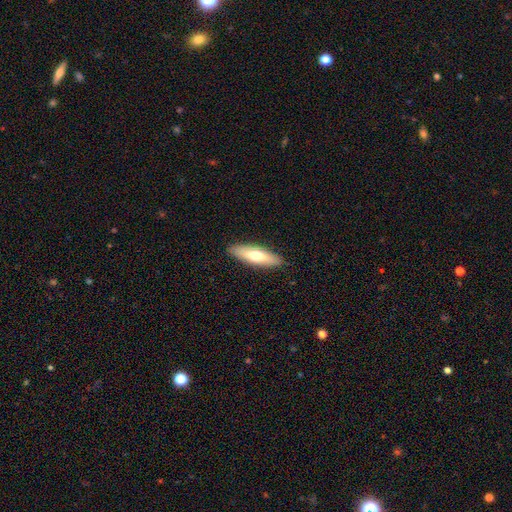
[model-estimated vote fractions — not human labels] The model was most divided on "how rounded": cigar-shaped: 56%, in between: 42%, round: 2%. More confident: merging — none (89%); smooth or featured — smooth (64%).